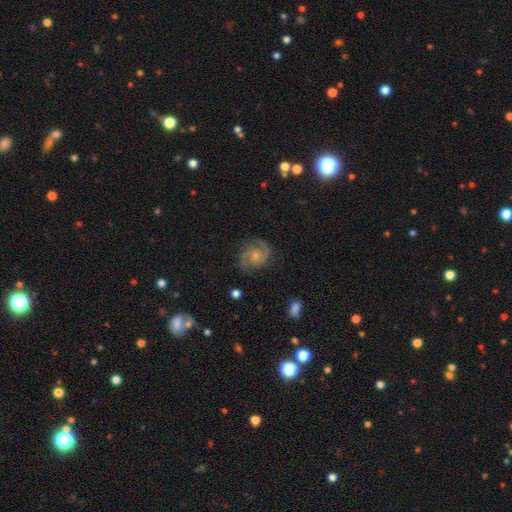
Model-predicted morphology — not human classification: Smooth or featured?
  - featured or disk: 82% *
  - smooth: 11%
  - star or artifact: 7%
Edge-on disk?
  - no: 98% *
  - yes: 2%
Bar?
  - no: 68% *
  - weak: 28%
  - strong: 4%
Spiral arms?
  - yes: 96% *
  - no: 4%
Spiral winding?
  - medium: 50% *
  - tight: 36%
  - loose: 14%
Spiral arm count?
  - 2: 71% *
  - 3: 13%
  - can't tell: 8%
  - 1: 3%
  - 4: 3%
  - more than 4: 2%
Bulge size?
  - small: 56% *
  - moderate: 30%
  - none: 10%
  - large: 3%
  - dominant: 1%
Merging?
  - none: 76% *
  - minor disturbance: 16%
  - major disturbance: 7%
  - merger: 1%